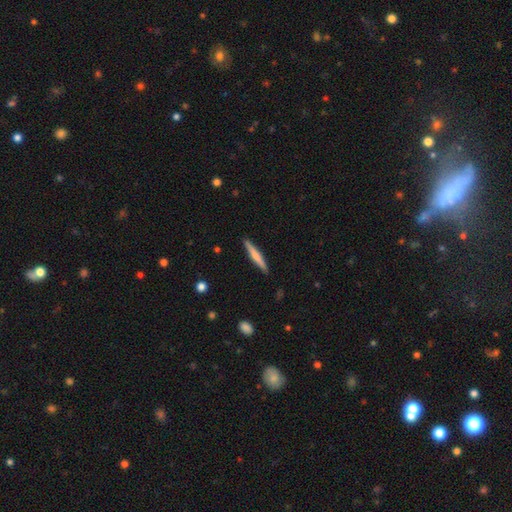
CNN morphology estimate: Overall: smooth (58%; featured or disk 37%). How rounded: cigar-shaped (94%). Merging: none (90%).